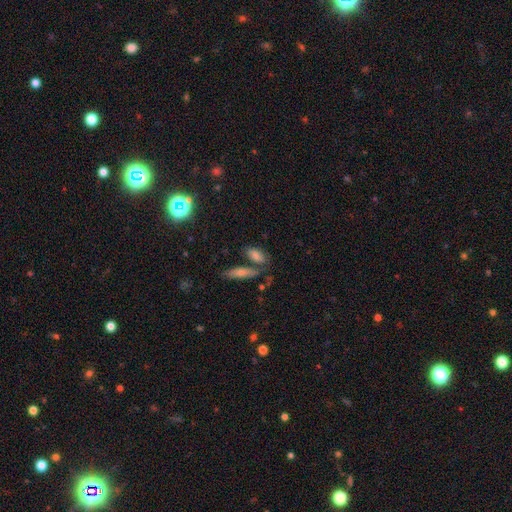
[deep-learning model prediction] Morphology: type=smooth (71%); roundness=in between (68%); merging=none (63%).